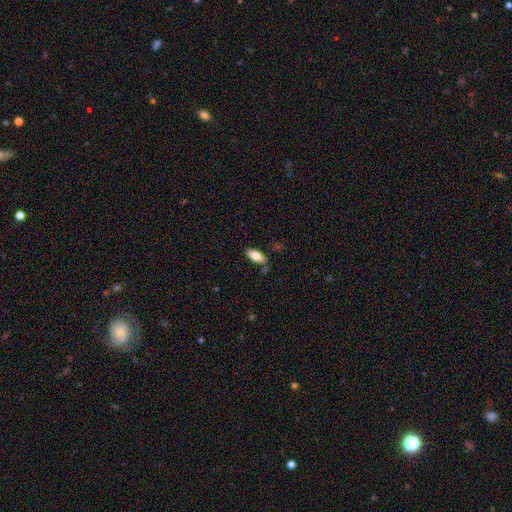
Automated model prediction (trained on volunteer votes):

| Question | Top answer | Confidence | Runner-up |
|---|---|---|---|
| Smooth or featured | smooth | 78% | featured or disk (15%) |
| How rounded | in between | 87% | cigar-shaped (11%) |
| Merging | none | 79% | minor disturbance (14%) |